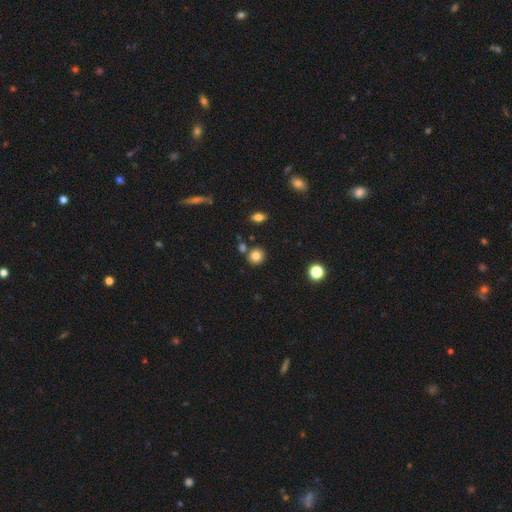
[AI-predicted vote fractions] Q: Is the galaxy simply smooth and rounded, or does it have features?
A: smooth — 81%.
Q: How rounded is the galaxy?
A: round — 87%.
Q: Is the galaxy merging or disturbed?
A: none — 80%.